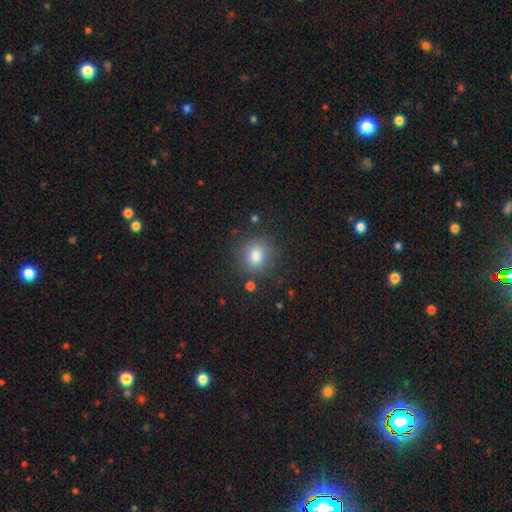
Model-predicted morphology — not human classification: smooth 81%, star or artifact 11%, featured or disk 7%. Down the decision tree: how rounded — round (80%); merging — none (84%).